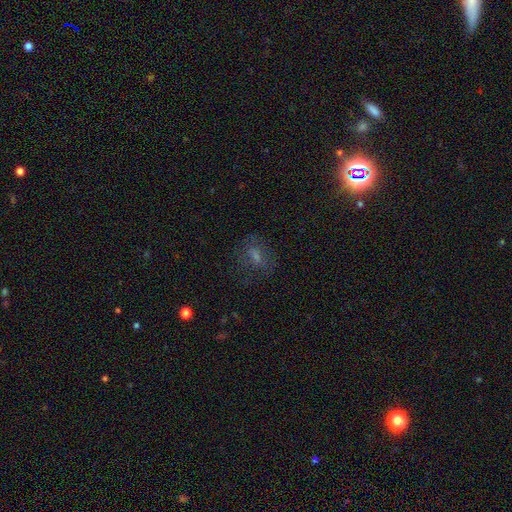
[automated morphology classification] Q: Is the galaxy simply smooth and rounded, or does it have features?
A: smooth — 48%.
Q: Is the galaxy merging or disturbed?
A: none — 69%.